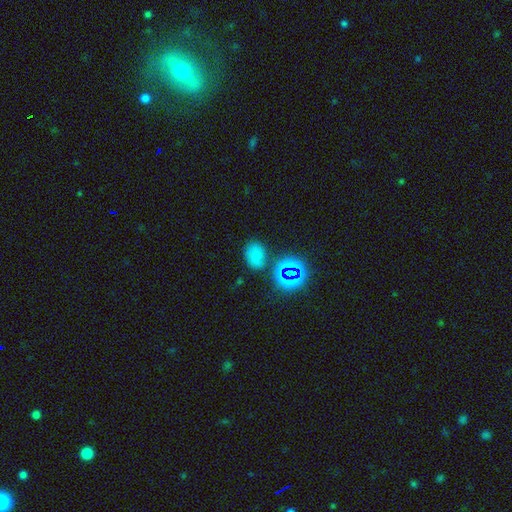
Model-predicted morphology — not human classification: A smooth galaxy with no disk features (64%) that is in between round and cigar-shaped (67%).

Vote fractions:
- Smooth or featured? smooth: 64% / star or artifact: 25% / featured or disk: 11%
- How rounded? in between: 67% / round: 31% / cigar-shaped: 1%
- Merging? none: 72% / minor disturbance: 16% / merger: 8% / major disturbance: 5%